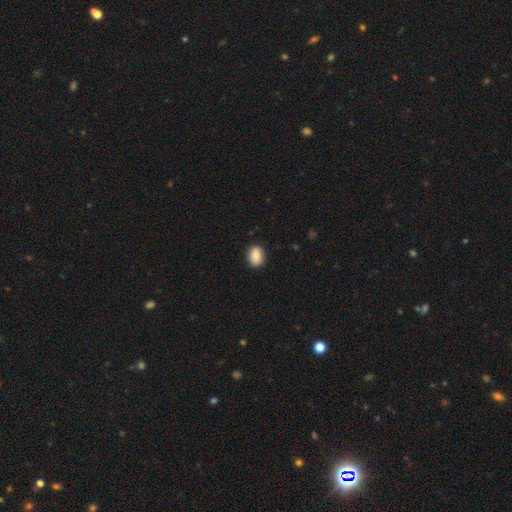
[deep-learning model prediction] Q: Smooth or featured?
A: smooth (83%); runner-up: featured or disk (10%)
Q: How rounded?
A: in between (70%); runner-up: round (29%)
Q: Merging?
A: none (87%); runner-up: minor disturbance (10%)